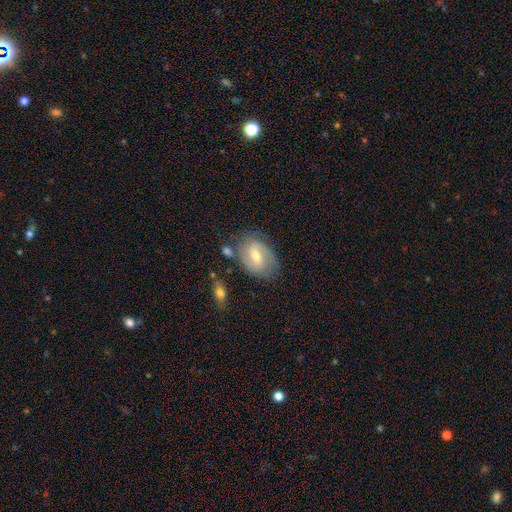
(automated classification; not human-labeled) Smooth or featured? featured or disk (59%)
Edge-on disk? no (95%)
Bar? weak (53%)
Spiral arms? yes (80%)
Bulge size? moderate (53%)
Merging? none (70%)